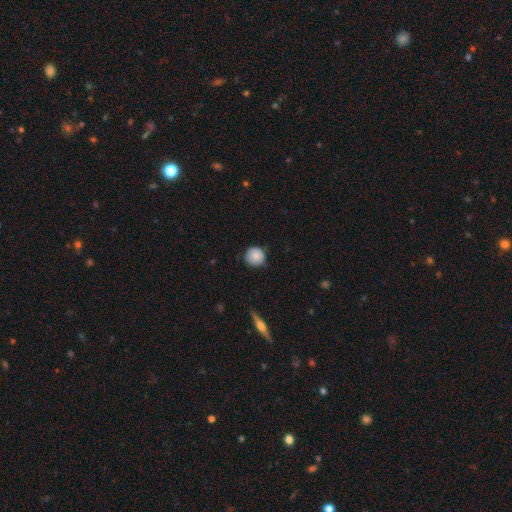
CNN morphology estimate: Smooth or featured?
  - smooth: 83% *
  - featured or disk: 9%
  - star or artifact: 7%
How rounded?
  - round: 93% *
  - in between: 6%
  - cigar-shaped: 1%
Merging?
  - none: 80% *
  - minor disturbance: 17%
  - major disturbance: 3%
  - merger: 1%